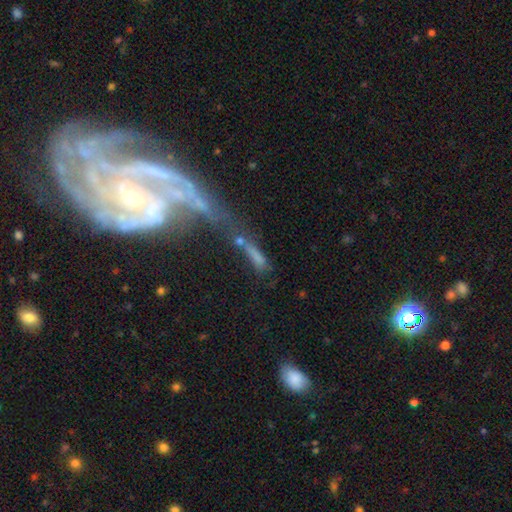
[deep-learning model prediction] Morphology: type=smooth (55%); roundness=cigar-shaped (72%); merging=merger (37%).